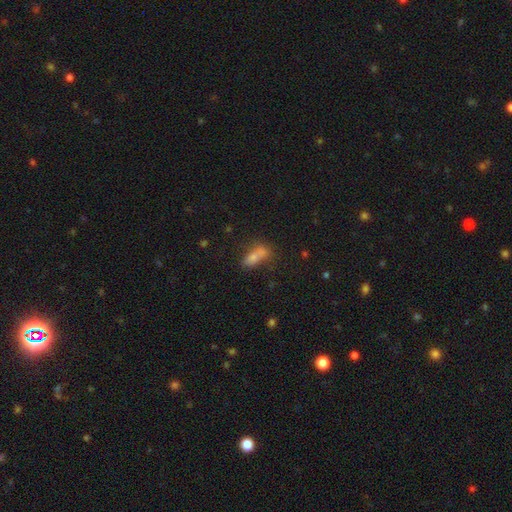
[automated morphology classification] A smooth galaxy with no disk features (72%) that is in between round and cigar-shaped (69%). Merging: merger (39%).